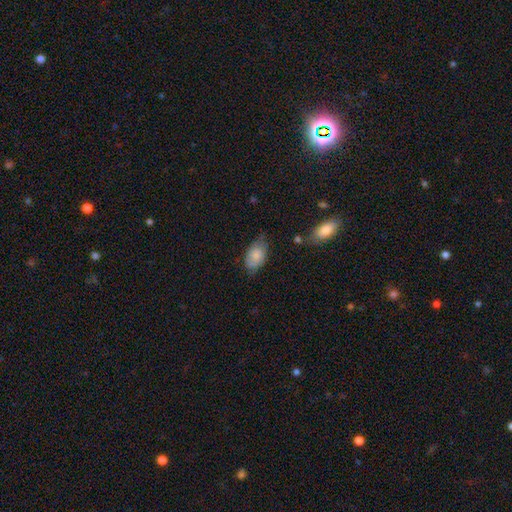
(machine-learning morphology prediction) smooth_or_featured: smooth (p=0.74) [alt: featured or disk p=0.19]
how_rounded: in between (p=0.90) [alt: round p=0.08]
merging: none (p=0.55) [alt: minor disturbance p=0.34]